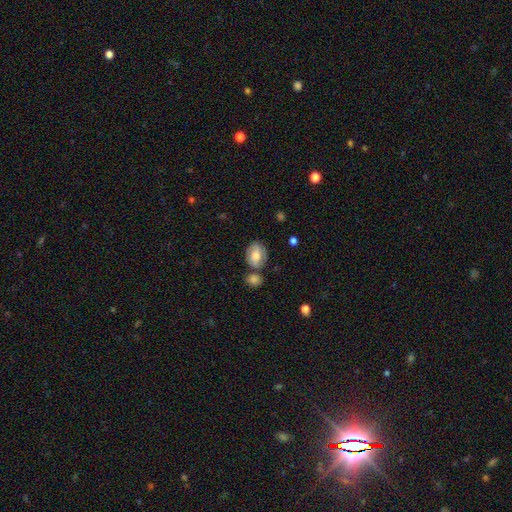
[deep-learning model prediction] Morphology: type=smooth (60%); roundness=in between (70%); merging=none (54%).